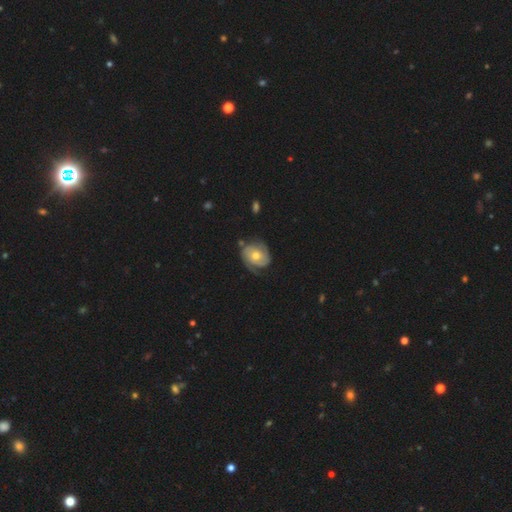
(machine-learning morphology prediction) smooth-or-featured: featured or disk: 76% | smooth: 18% | star or artifact: 5%
  disk-edge-on: no: 97% | yes: 3%
    bar: no: 74% | weak: 21% | strong: 5%
    has-spiral-arms: yes: 92% | no: 8%
      spiral-winding: tight: 59% | medium: 29% | loose: 12%
      spiral-arm-count: 2: 62% | can't tell: 15% | 1: 9% | 3: 8% | 4: 2% | more than 4: 2%
    bulge-size: moderate: 68% | small: 27% | large: 3% | none: 1% | dominant: 1%
  merging: none: 67% | minor disturbance: 22% | major disturbance: 9% | merger: 3%